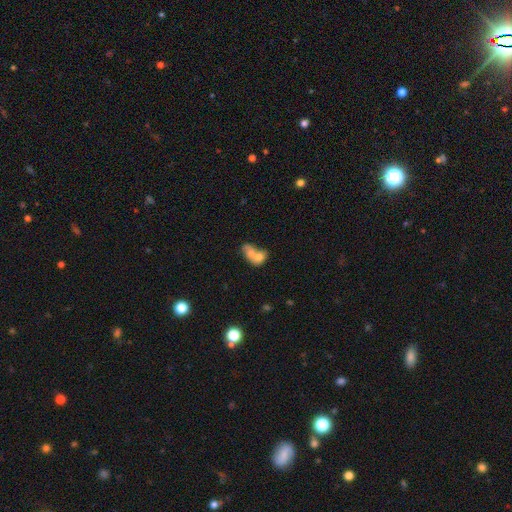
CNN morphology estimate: A smooth galaxy with no disk features (67%) that is in between round and cigar-shaped (69%).

Vote fractions:
- Smooth or featured? smooth: 67% / featured or disk: 24% / star or artifact: 10%
- How rounded? in between: 69% / round: 29% / cigar-shaped: 2%
- Merging? merger: 73% / none: 14% / minor disturbance: 7% / major disturbance: 6%